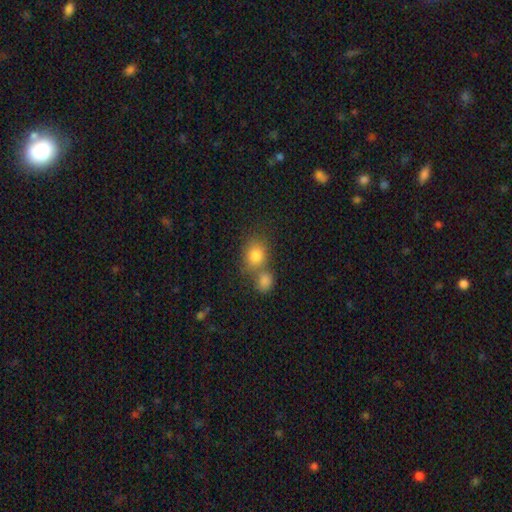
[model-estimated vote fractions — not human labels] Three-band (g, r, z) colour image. It shows a smooth galaxy with no disk features (80%) that is round (61%). Merging: none (51%).